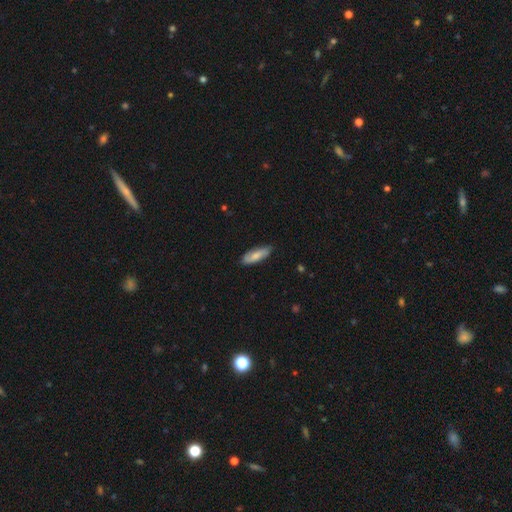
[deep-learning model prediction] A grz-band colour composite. It shows a smooth galaxy with no disk features (68%) that is in between round and cigar-shaped (54%). Merging: none (82%).